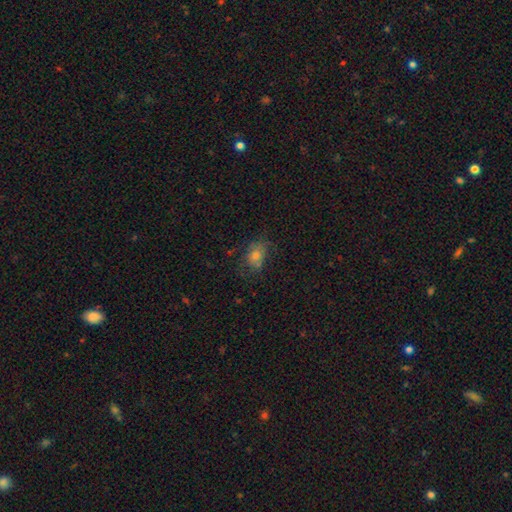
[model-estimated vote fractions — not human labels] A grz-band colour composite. It shows a smooth galaxy with no disk features (60%) that is in between round and cigar-shaped (61%). Merging: none (57%).